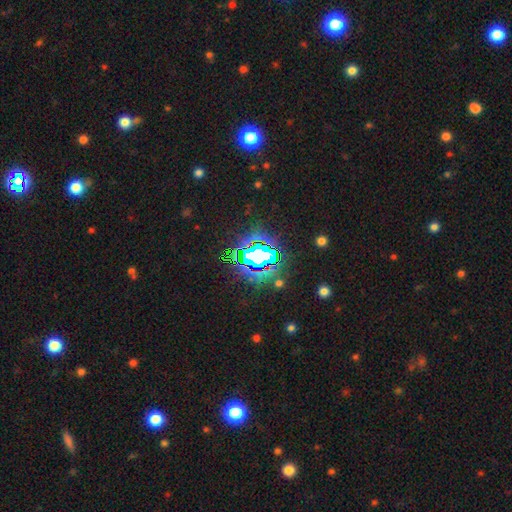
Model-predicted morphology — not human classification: The model was most divided on "smooth or featured": star or artifact: 74%, smooth: 13%, featured or disk: 13%.